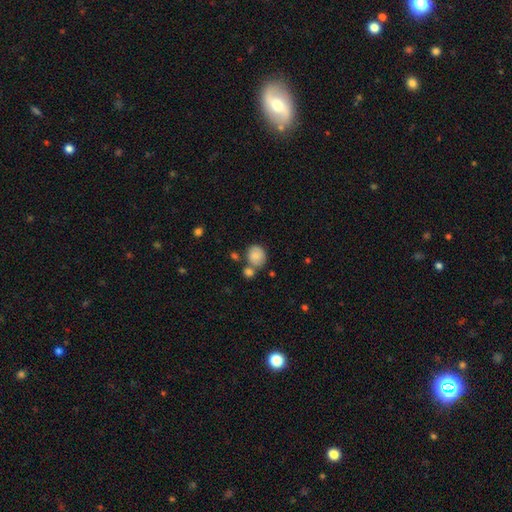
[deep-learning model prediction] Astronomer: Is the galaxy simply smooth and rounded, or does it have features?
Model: smooth — 81%.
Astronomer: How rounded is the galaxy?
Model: round — 76%.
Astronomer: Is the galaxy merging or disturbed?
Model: none — 54%.